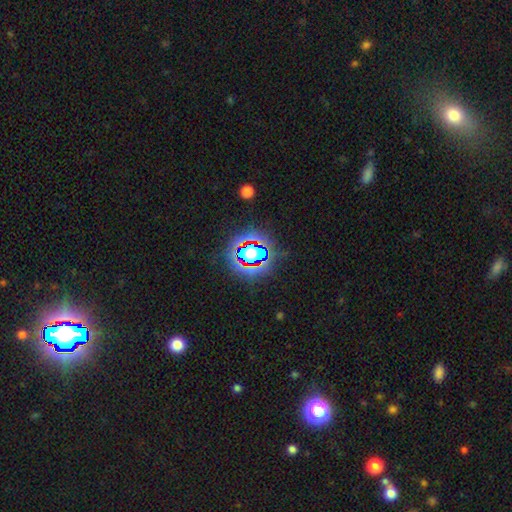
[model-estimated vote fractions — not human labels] star or artifact 79%, smooth 12%, featured or disk 8%.